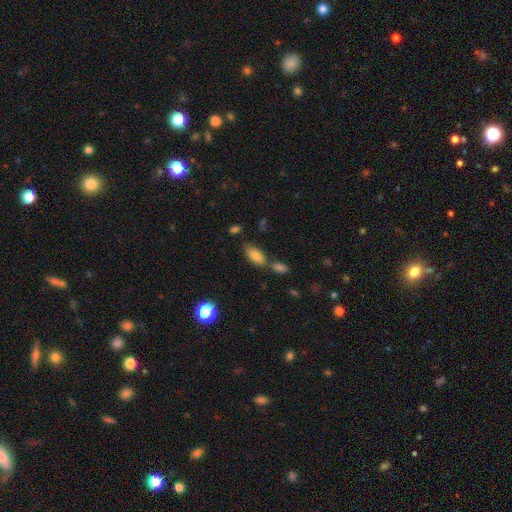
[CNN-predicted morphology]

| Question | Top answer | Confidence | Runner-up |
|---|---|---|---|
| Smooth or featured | smooth | 83% | featured or disk (9%) |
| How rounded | in between | 88% | cigar-shaped (10%) |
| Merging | none | 62% | merger (22%) |